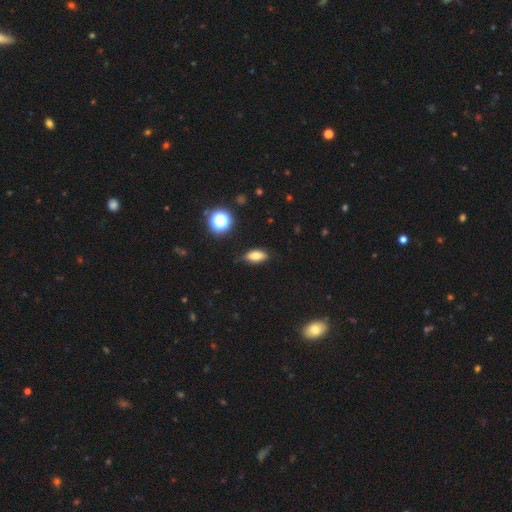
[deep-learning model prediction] smooth 74%, featured or disk 14%, star or artifact 12%. Down the decision tree: how rounded — in between (80%); merging — none (81%).